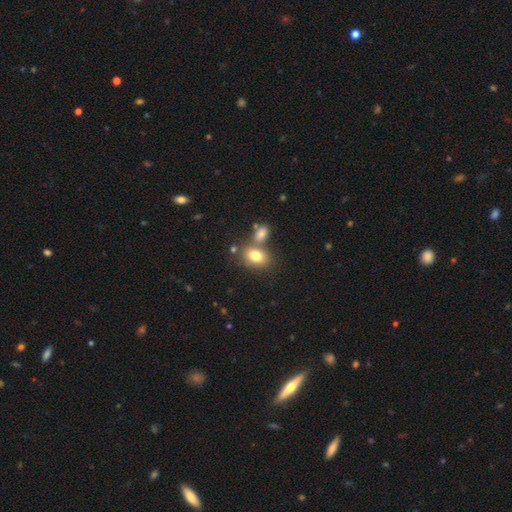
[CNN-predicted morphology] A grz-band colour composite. It shows a smooth galaxy with no disk features (79%) that is in between round and cigar-shaped (75%). Merging: none (55%).